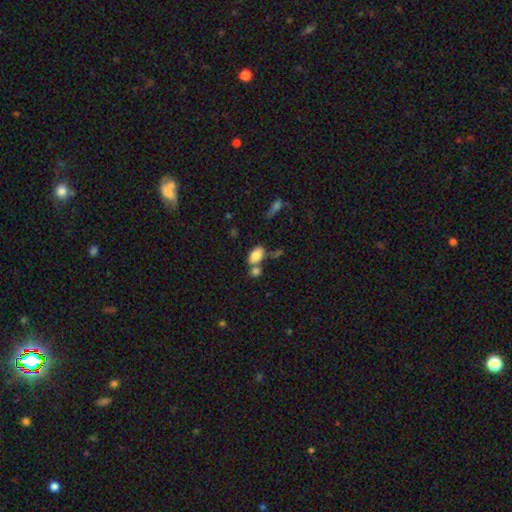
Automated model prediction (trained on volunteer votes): A smooth galaxy with no disk features (80%) that is in between round and cigar-shaped (89%).

Vote fractions:
- Smooth or featured? smooth: 80% / featured or disk: 11% / star or artifact: 8%
- How rounded? in between: 89% / round: 9% / cigar-shaped: 2%
- Merging? none: 48% / merger: 34% / minor disturbance: 13% / major disturbance: 5%